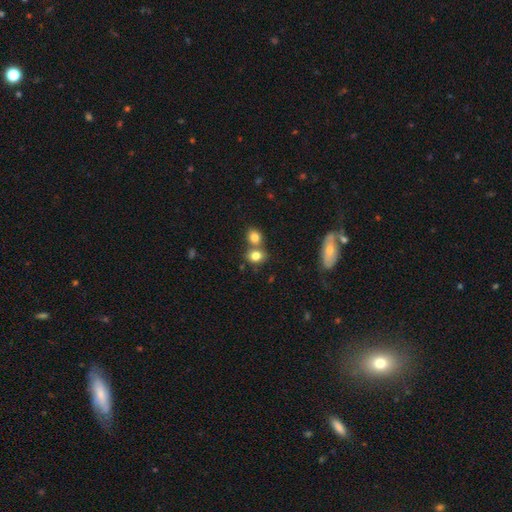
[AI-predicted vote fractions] This appears to be a smooth galaxy with no disk features (81%) that is round (58%). Merging: none (49%).